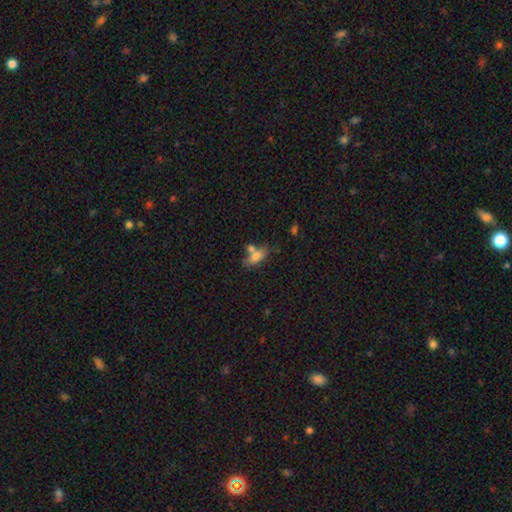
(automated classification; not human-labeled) This appears to be a smooth galaxy with no disk features (75%) that is in between round and cigar-shaped (78%). Merging: none (48%).